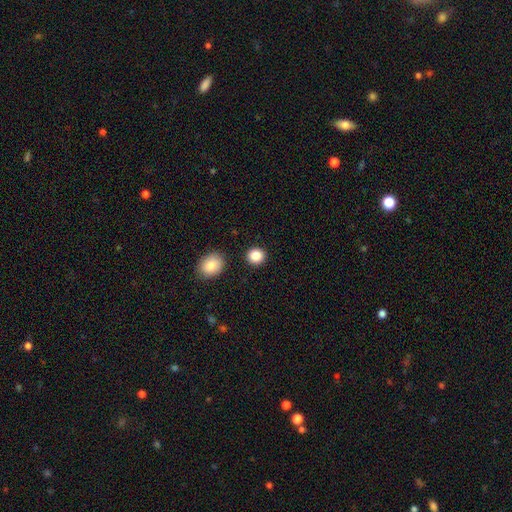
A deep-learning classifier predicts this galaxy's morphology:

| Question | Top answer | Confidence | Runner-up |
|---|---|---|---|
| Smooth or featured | smooth | 86% | star or artifact (10%) |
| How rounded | round | 84% | in between (15%) |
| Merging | none | 89% | minor disturbance (6%) |